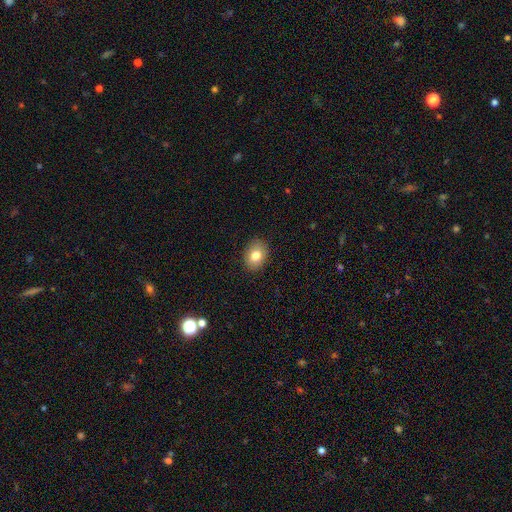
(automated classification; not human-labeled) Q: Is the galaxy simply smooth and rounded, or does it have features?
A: smooth — 80%.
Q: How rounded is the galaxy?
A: in between — 66%.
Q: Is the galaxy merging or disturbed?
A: none — 88%.